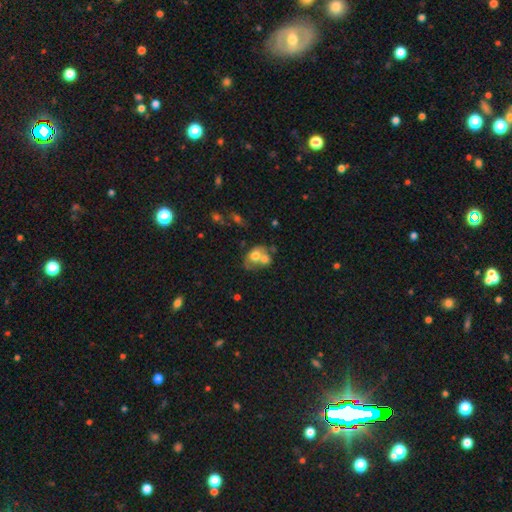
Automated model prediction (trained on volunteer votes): Overall: smooth (63%; featured or disk 27%). How rounded: in between (56%; round 43%). Merging: merger (58%; none 25%).